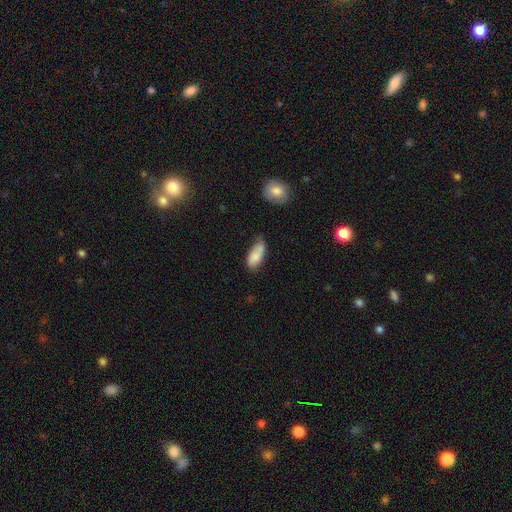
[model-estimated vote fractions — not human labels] Q: Smooth or featured?
A: smooth (78%); runner-up: featured or disk (15%)
Q: How rounded?
A: in between (83%); runner-up: cigar-shaped (15%)
Q: Merging?
A: none (46%); runner-up: minor disturbance (36%)